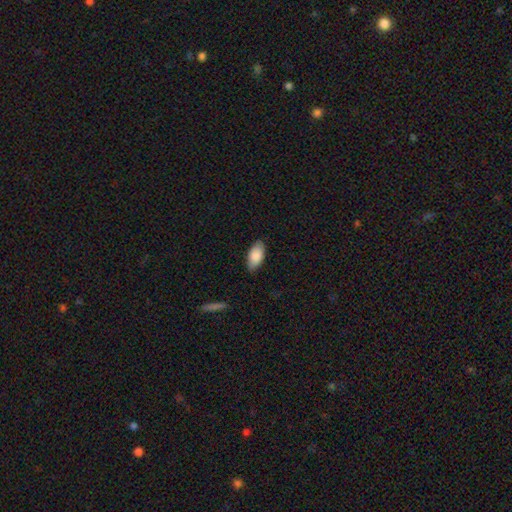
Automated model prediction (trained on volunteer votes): A smooth galaxy with no disk features (86%) that is in between round and cigar-shaped (93%).

Vote fractions:
- Smooth or featured? smooth: 86% / featured or disk: 8% / star or artifact: 6%
- How rounded? in between: 93% / cigar-shaped: 4% / round: 3%
- Merging? none: 81% / minor disturbance: 15% / major disturbance: 2% / merger: 1%